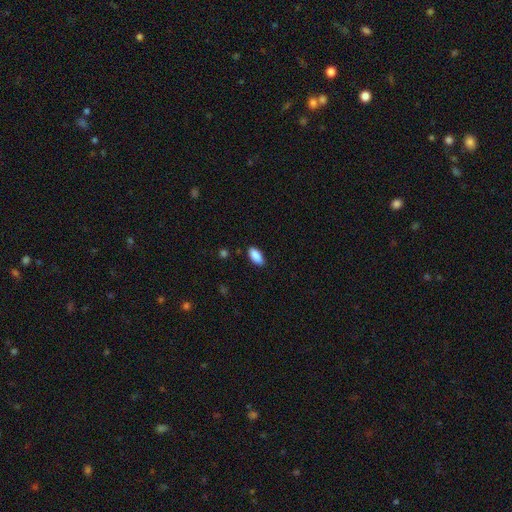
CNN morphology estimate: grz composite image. It shows a smooth galaxy with no disk features (89%) that is in between round and cigar-shaped (90%). Merging: none (86%).